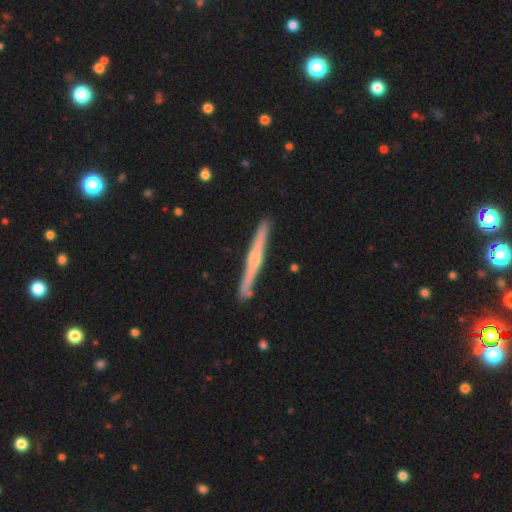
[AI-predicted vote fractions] The model was most divided on "smooth or featured": featured or disk: 72%, smooth: 23%, star or artifact: 5%. More confident: edge-on disk — yes (98%); merging — none (90%); edge-on bulge — rounded (72%).